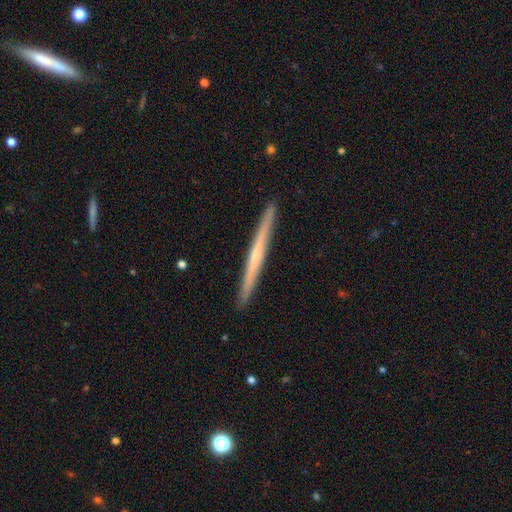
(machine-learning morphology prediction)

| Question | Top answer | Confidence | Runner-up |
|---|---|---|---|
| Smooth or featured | featured or disk | 59% | smooth (35%) |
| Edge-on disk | yes | 98% | no (2%) |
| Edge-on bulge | none | 71% | rounded (24%) |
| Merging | none | 93% | minor disturbance (5%) |